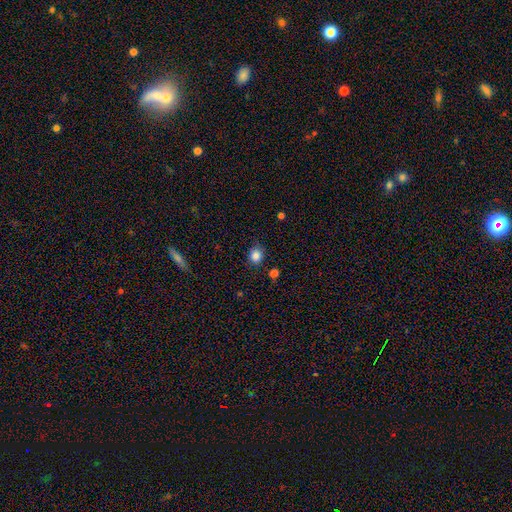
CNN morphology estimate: This appears to be a smooth galaxy with no disk features (84%) that is round (73%). Merging: none (78%).